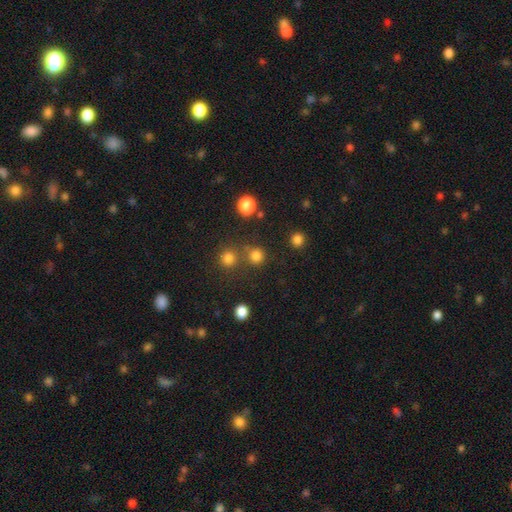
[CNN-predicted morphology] A smooth galaxy with no disk features (79%) that is round (91%). Merging: none (72%).